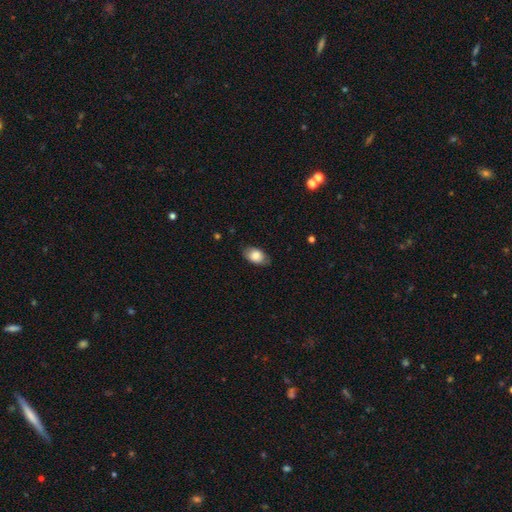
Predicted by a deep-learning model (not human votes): A smooth galaxy with no disk features (82%) that is in between round and cigar-shaped (91%).

Vote fractions:
- Smooth or featured? smooth: 82% / featured or disk: 12% / star or artifact: 6%
- How rounded? in between: 91% / round: 8% / cigar-shaped: 2%
- Merging? none: 81% / minor disturbance: 15% / major disturbance: 3% / merger: 1%